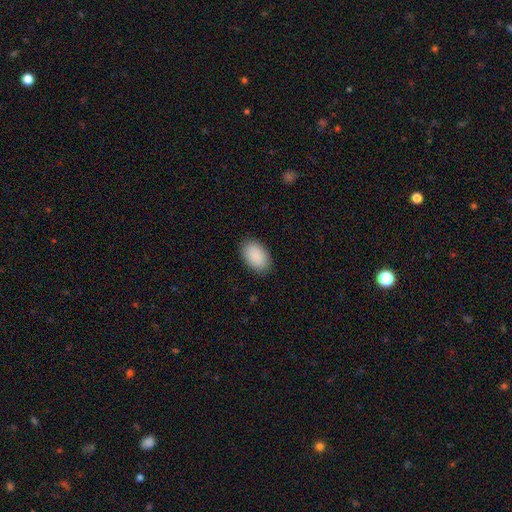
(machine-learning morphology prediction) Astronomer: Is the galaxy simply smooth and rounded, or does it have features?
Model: smooth — 91%.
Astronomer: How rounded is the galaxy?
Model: in between — 93%.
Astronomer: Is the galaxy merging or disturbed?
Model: none — 88%.